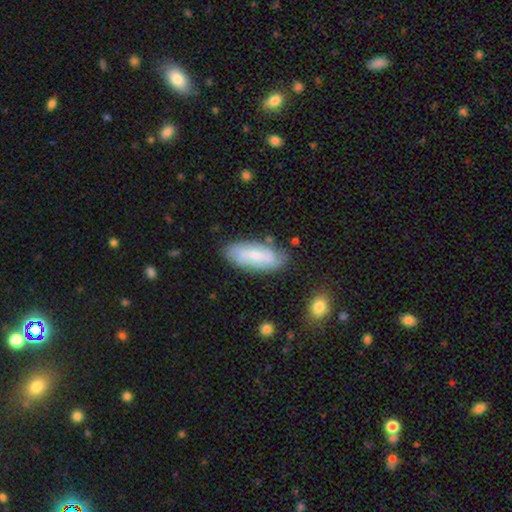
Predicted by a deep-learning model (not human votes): Smooth or featured? featured or disk (51%)
Edge-on disk? no (89%)
Merging? none (77%)